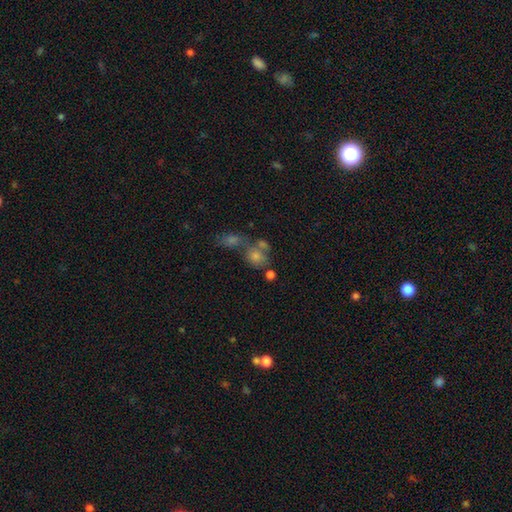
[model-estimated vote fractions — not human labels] Smooth or featured? smooth (58%)
How rounded? round (66%)
Merging? none (44%)